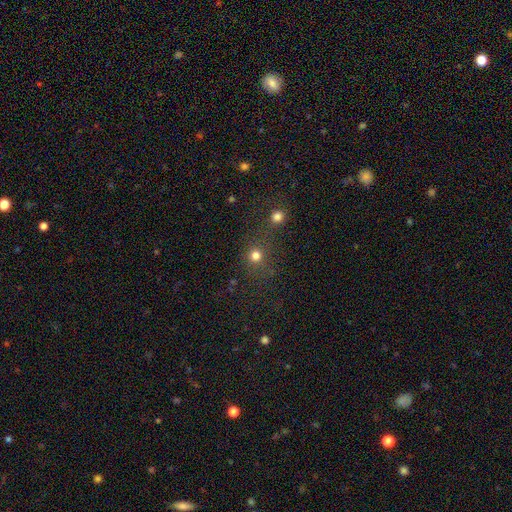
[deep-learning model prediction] smooth_or_featured: smooth (p=0.75) [alt: star or artifact p=0.19]
how_rounded: round (p=0.90) [alt: in between p=0.08]
merging: none (p=0.67) [alt: merger p=0.19]